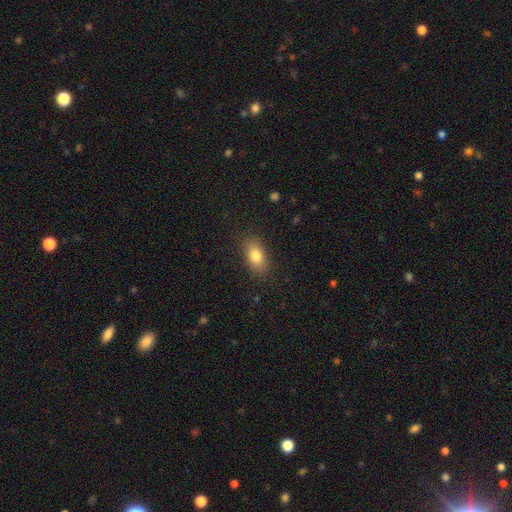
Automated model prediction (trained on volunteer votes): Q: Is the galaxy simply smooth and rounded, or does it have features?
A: smooth — 82%.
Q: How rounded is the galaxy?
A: in between — 86%.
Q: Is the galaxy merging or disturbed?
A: none — 85%.